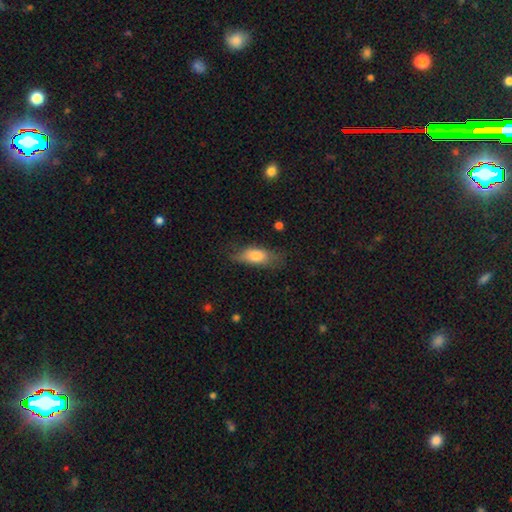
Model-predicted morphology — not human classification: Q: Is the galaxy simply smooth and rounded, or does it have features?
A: smooth — 76%.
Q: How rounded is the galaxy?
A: in between — 74%.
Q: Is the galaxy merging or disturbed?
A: none — 63%.